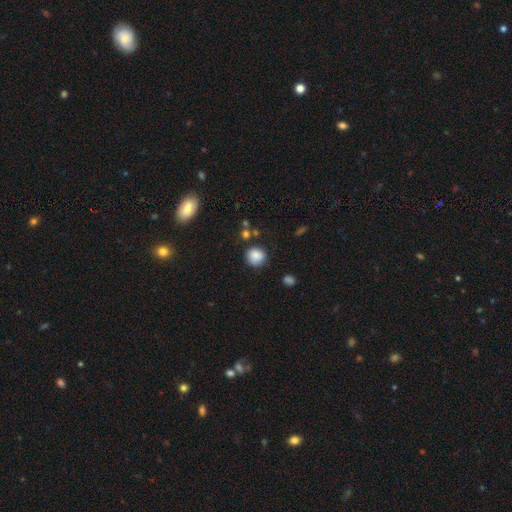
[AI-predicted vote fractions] This appears to be a smooth galaxy with no disk features (86%) that is round (87%). Merging: none (77%).